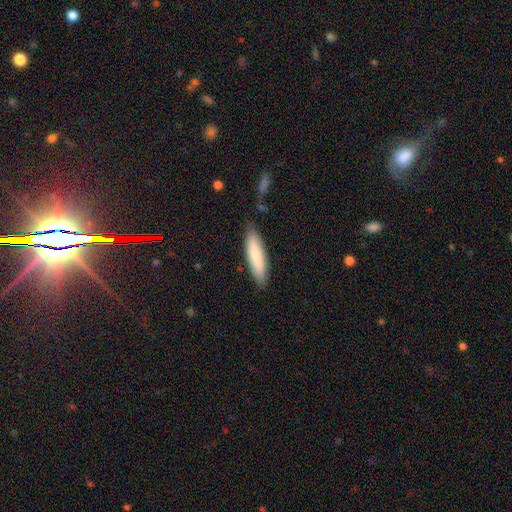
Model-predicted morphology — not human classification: smooth_or_featured: smooth (p=0.79) [alt: featured or disk p=0.15]
how_rounded: cigar-shaped (p=0.68) [alt: in between p=0.31]
merging: none (p=0.83) [alt: minor disturbance p=0.13]